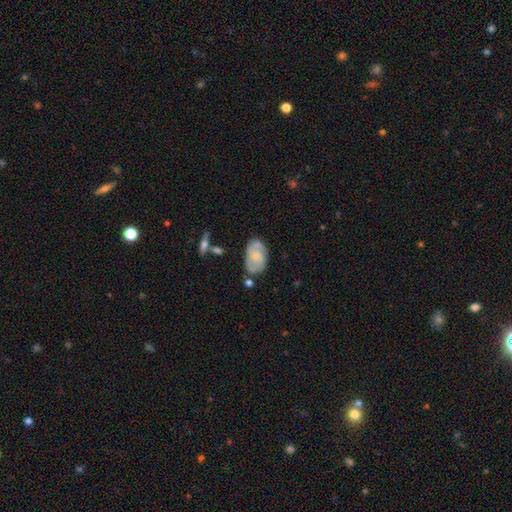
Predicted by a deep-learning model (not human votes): Smooth or featured? Predicted: featured or disk (p=0.54). Edge-on disk? Predicted: no (p=0.95). Bar? Predicted: no (p=0.63). Spiral arms? Predicted: yes (p=0.79). Bulge size? Predicted: small (p=0.38). Merging? Predicted: none (p=0.67).